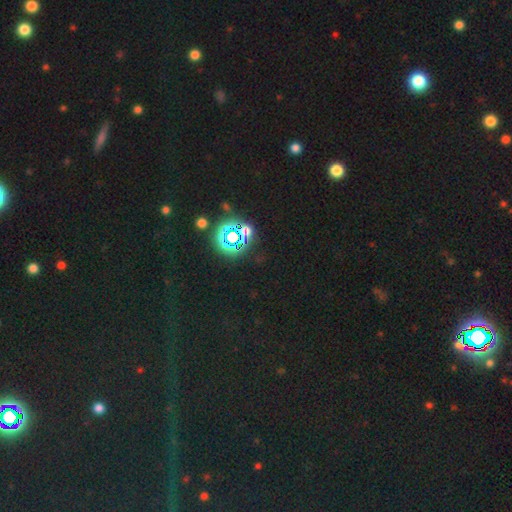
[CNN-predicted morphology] Q: Smooth or featured?
A: star or artifact (72%); runner-up: smooth (20%)